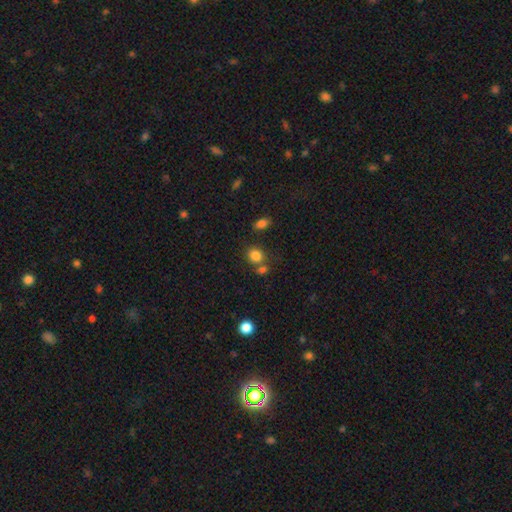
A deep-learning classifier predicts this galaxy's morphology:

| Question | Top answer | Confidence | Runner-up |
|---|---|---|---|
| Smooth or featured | smooth | 81% | star or artifact (13%) |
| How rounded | round | 65% | in between (34%) |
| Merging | none | 60% | merger (25%) |